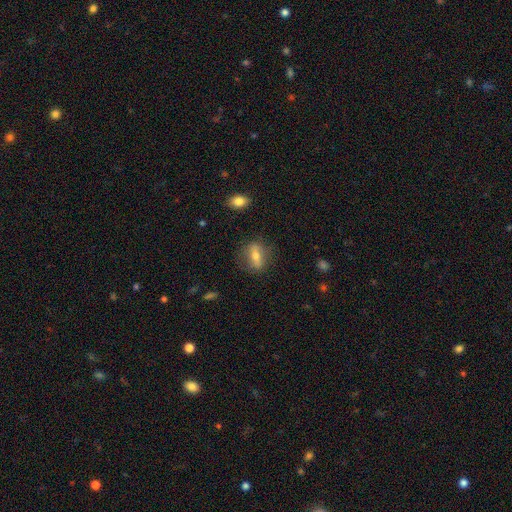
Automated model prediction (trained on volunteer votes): The model was most divided on "smooth or featured": smooth: 54%, featured or disk: 38%, star or artifact: 8%. More confident: merging — none (77%); how rounded — in between (62%).